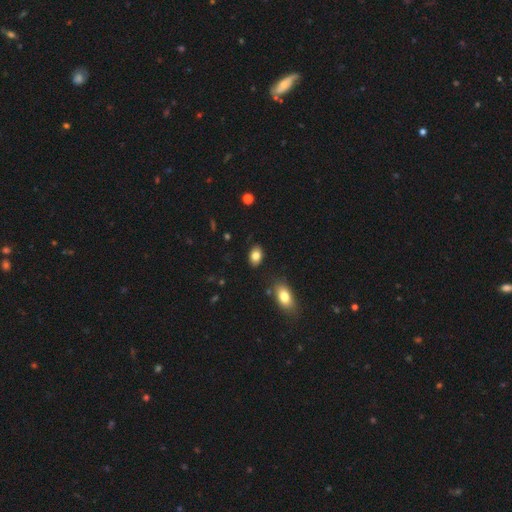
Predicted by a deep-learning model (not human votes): Smooth or featured? Predicted: smooth (p=0.82). How rounded? Predicted: in between (p=0.85). Merging? Predicted: none (p=0.86).